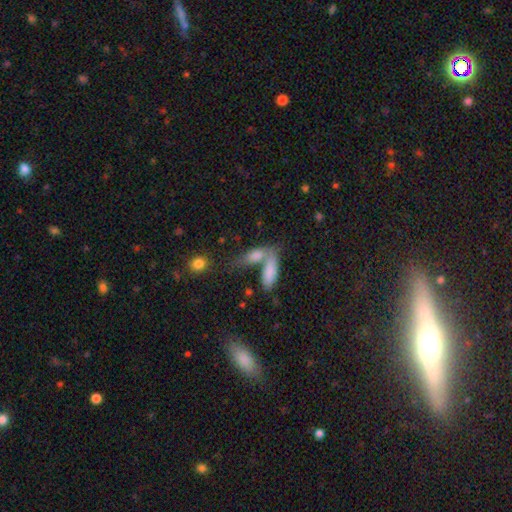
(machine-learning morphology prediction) This is likely a smooth galaxy (78%). How rounded: likely in between (71%). Merging: possibly merger (56%).